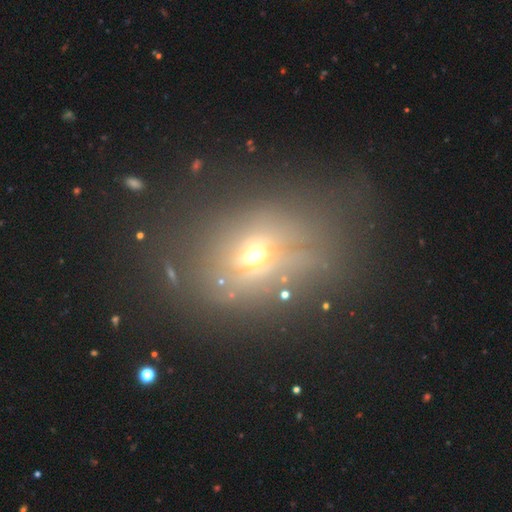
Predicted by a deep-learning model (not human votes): This is marginally a smooth galaxy (40%). Merging: possibly none (60%).